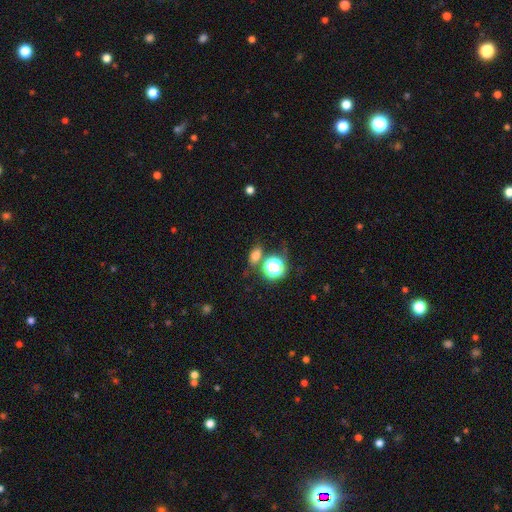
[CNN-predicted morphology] Q: Smooth or featured?
A: smooth (68%); runner-up: star or artifact (23%)
Q: How rounded?
A: in between (67%); runner-up: round (29%)
Q: Merging?
A: none (70%); runner-up: merger (13%)